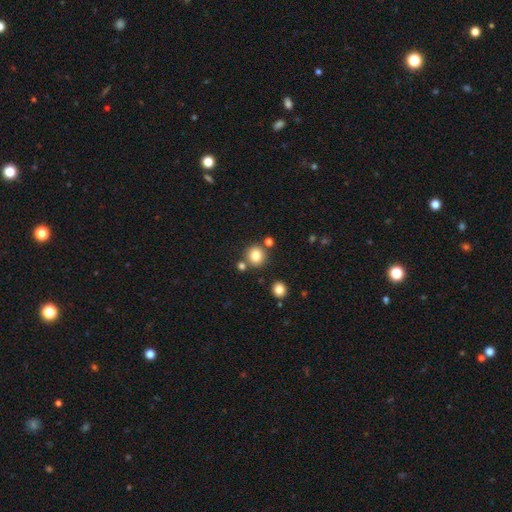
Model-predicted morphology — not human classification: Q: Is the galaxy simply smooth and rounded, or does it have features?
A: smooth — 81%.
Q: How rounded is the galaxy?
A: round — 90%.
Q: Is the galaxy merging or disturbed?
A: none — 79%.